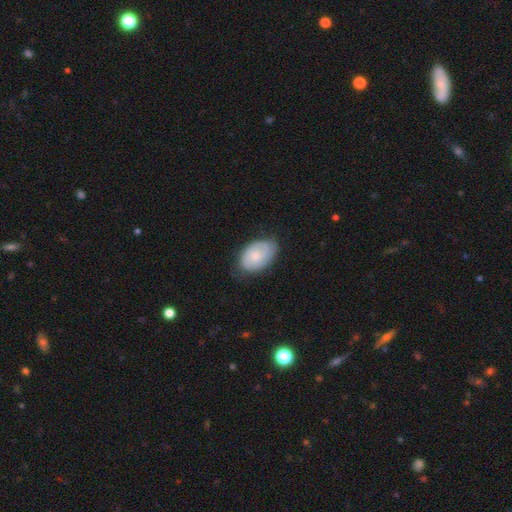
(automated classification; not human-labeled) Q: Smooth or featured?
A: featured or disk (51%); runner-up: smooth (43%)
Q: Edge-on disk?
A: no (96%); runner-up: yes (4%)
Q: Merging?
A: none (72%); runner-up: minor disturbance (22%)